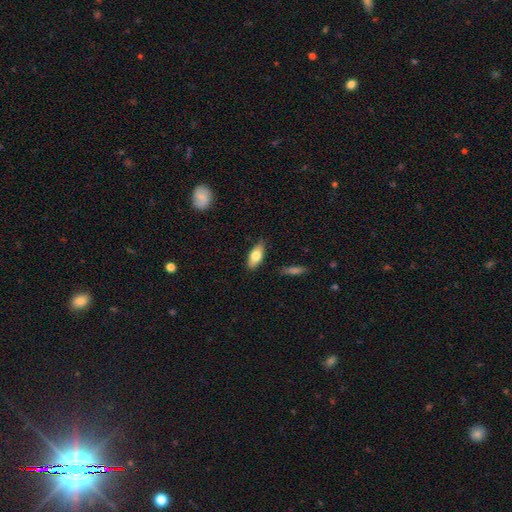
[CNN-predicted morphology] Smooth or featured: smooth — 72% (featured or disk — 21%)
How rounded: in between — 80% (cigar-shaped — 17%)
Merging: none — 83% (minor disturbance — 13%)